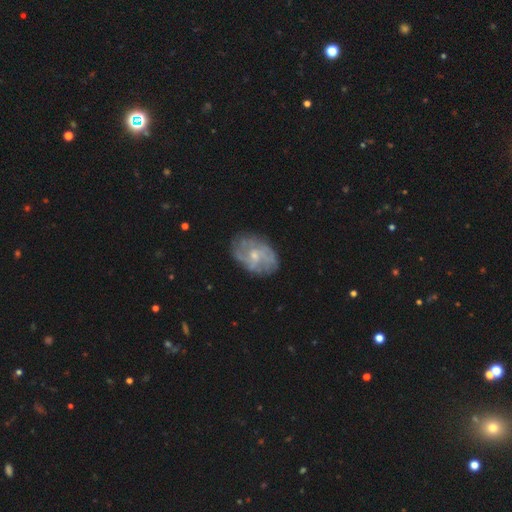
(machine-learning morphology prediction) Smooth or featured?
  - featured or disk: 70% *
  - smooth: 23%
  - star or artifact: 7%
Edge-on disk?
  - no: 97% *
  - yes: 3%
Bar?
  - no: 57% *
  - weak: 38%
  - strong: 5%
Spiral arms?
  - yes: 71% *
  - no: 29%
Bulge size?
  - small: 57% *
  - moderate: 36%
  - none: 5%
  - large: 1%
  - dominant: 1%
Merging?
  - none: 72% *
  - minor disturbance: 19%
  - major disturbance: 8%
  - merger: 2%